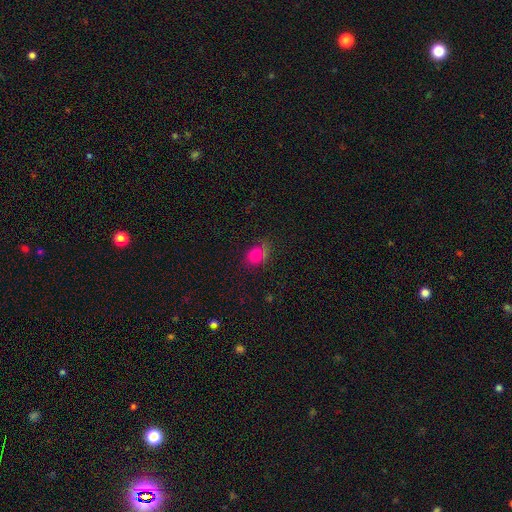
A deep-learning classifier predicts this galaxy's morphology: Q: Smooth or featured?
A: smooth (74%); runner-up: star or artifact (16%)
Q: How rounded?
A: in between (61%); runner-up: round (37%)
Q: Merging?
A: none (65%); runner-up: minor disturbance (22%)